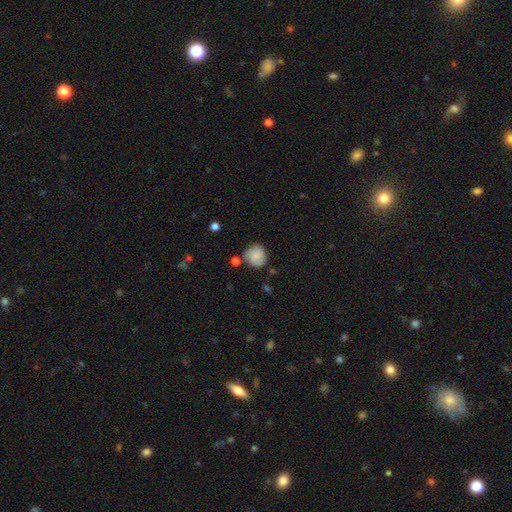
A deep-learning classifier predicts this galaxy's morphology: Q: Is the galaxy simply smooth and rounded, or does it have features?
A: smooth — 79%.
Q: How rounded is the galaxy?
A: round — 86%.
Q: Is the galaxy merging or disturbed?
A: none — 71%.